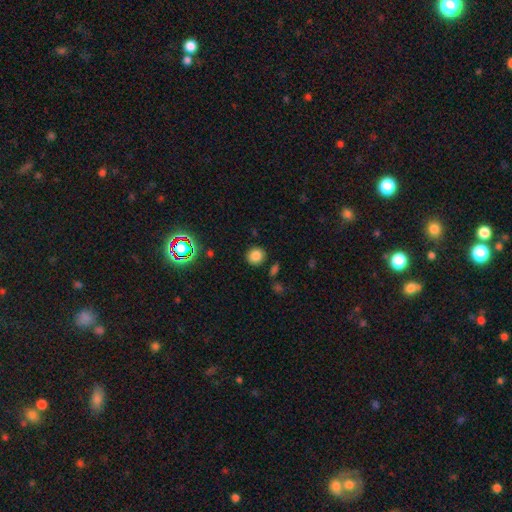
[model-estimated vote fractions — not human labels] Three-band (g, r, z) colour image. It shows a smooth galaxy with no disk features (81%) that is round (87%). Merging: none (87%).